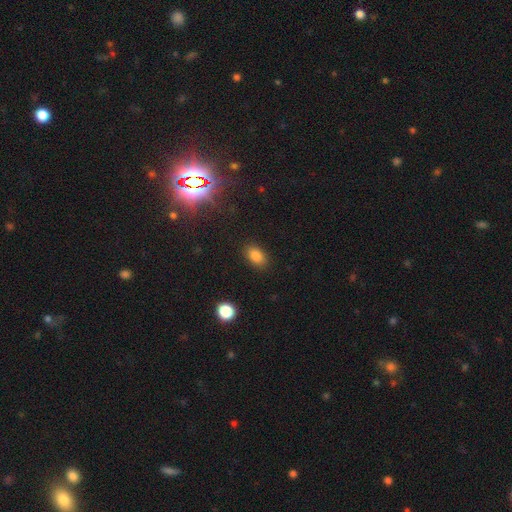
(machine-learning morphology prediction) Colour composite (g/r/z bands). It shows a smooth galaxy with no disk features (83%) that is in between round and cigar-shaped (86%). Merging: none (87%).